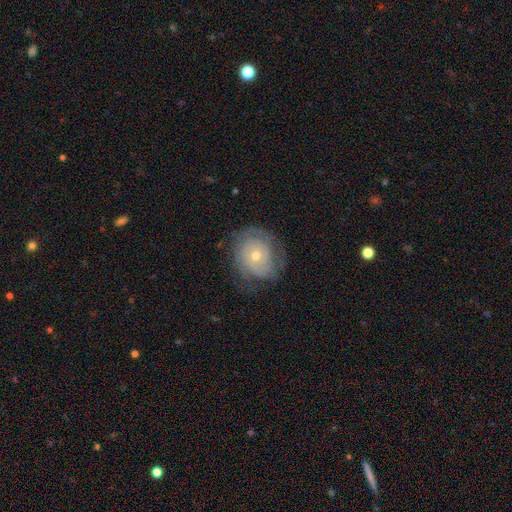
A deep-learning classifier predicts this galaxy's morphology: A featured or disk galaxy (64%) with no bar (83%), spiral arms (74%) and a small central bulge (50%). Merging: none (68%).